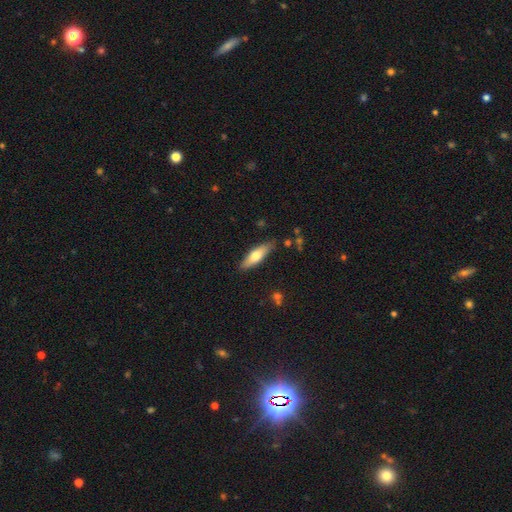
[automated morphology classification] A smooth galaxy with no disk features (62%) that is cigar-shaped (54%). Merging: none (84%).